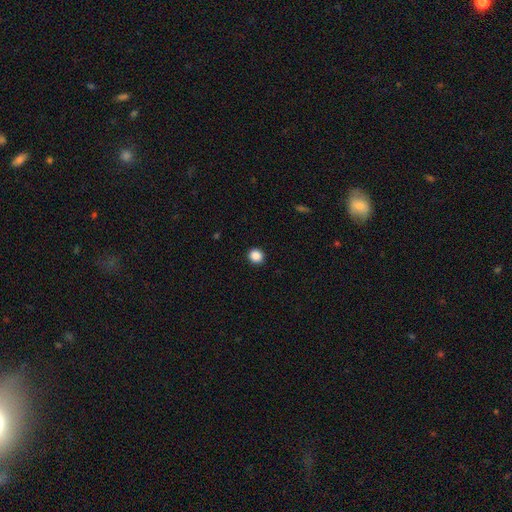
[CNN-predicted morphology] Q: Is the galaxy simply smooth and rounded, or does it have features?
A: smooth — 88%.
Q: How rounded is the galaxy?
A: round — 87%.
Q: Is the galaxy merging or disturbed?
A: none — 92%.